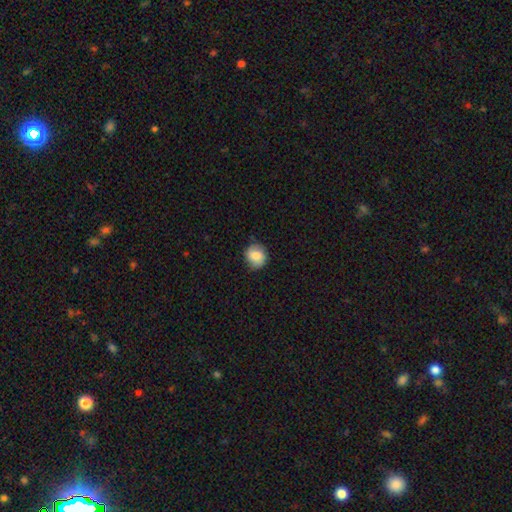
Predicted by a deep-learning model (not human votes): Smooth or featured? smooth (81%)
How rounded? round (80%)
Merging? none (77%)